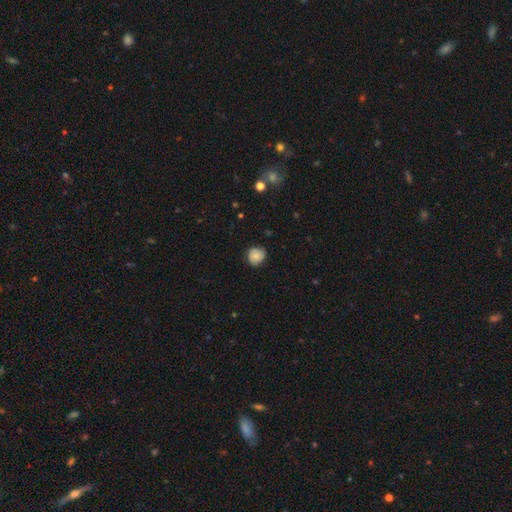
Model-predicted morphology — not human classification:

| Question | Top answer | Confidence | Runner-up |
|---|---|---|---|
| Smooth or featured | smooth | 71% | featured or disk (20%) |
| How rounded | round | 85% | in between (14%) |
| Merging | none | 77% | minor disturbance (19%) |